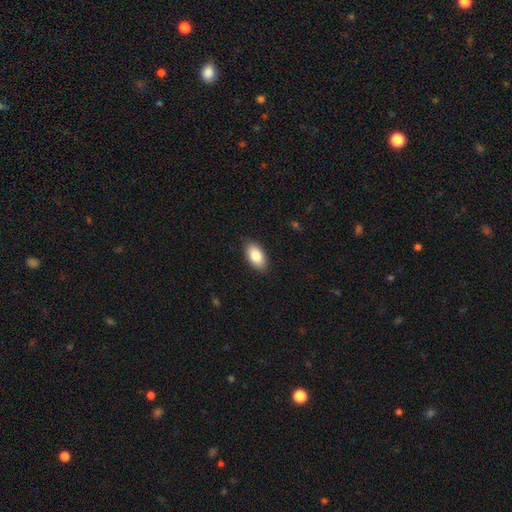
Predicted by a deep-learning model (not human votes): This appears to be a smooth galaxy with no disk features (84%) that is in between round and cigar-shaped (94%). Merging: none (88%).